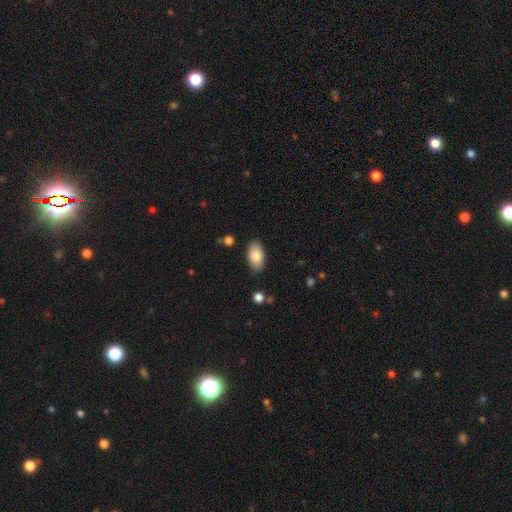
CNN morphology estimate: Smooth or featured: smooth — 82% (featured or disk — 12%)
How rounded: in between — 94% (round — 4%)
Merging: none — 85% (minor disturbance — 11%)